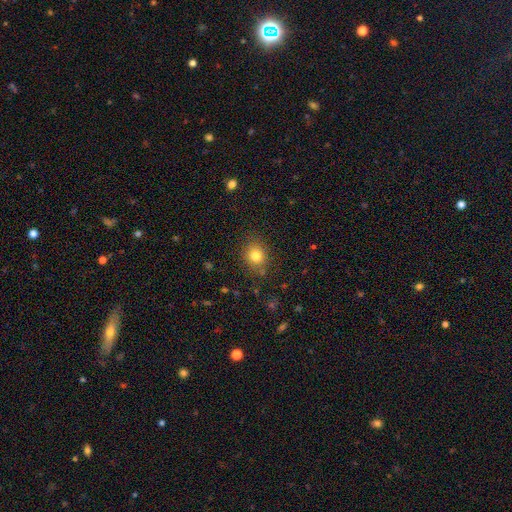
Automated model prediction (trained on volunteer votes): Overall: smooth (80%). How rounded: round (71%). Merging: none (83%).